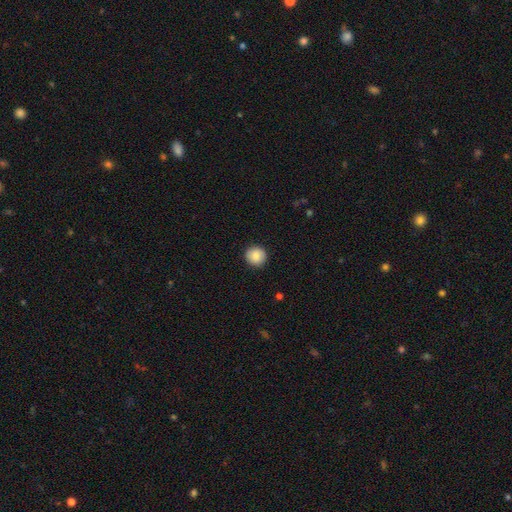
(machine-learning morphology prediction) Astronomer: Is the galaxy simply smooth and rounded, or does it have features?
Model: smooth — 86%.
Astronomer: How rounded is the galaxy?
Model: round — 93%.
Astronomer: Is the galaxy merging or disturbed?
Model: none — 90%.